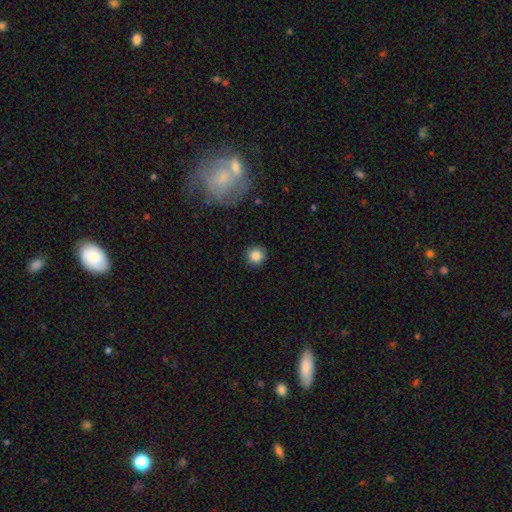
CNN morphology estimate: This appears to be a smooth galaxy with no disk features (86%) that is round (94%). Merging: none (89%).